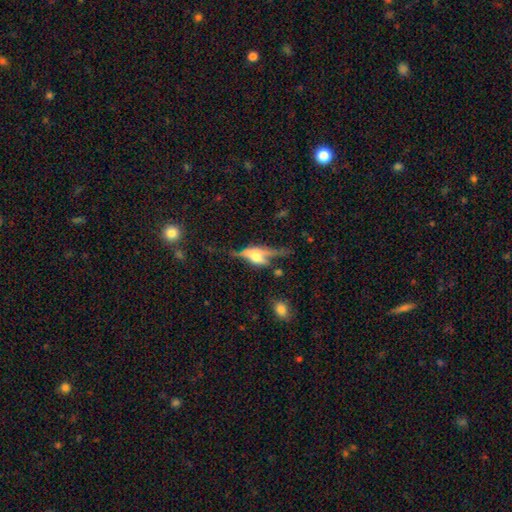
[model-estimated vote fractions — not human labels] Smooth or featured: featured or disk — 71% (smooth — 19%)
Edge-on disk: yes — 84% (no — 16%)
Edge-on bulge: rounded — 80% (boxy — 15%)
Merging: none — 48% (minor disturbance — 22%)